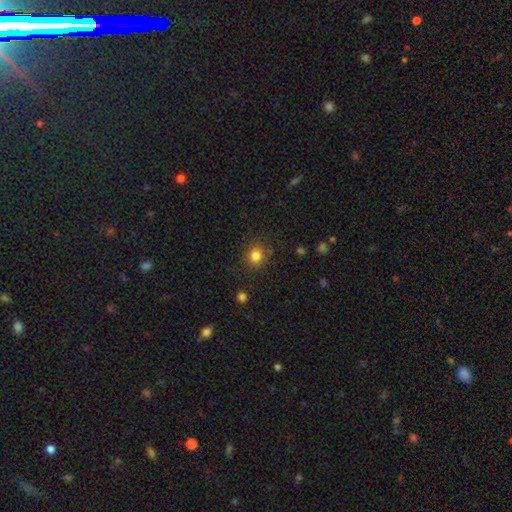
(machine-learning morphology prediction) This appears to be a smooth galaxy with no disk features (83%) that is round (77%). Merging: none (84%).